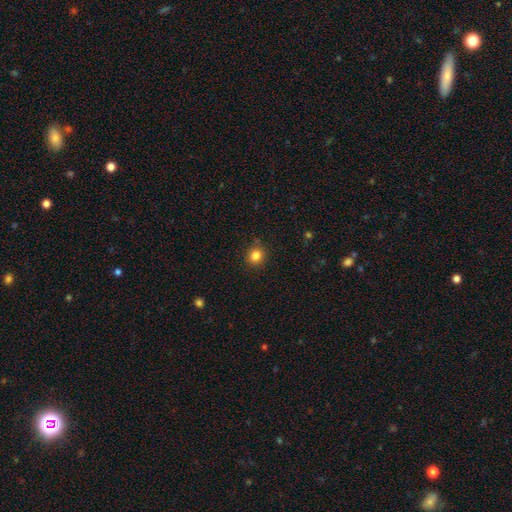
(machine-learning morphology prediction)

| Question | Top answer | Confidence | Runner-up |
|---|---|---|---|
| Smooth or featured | smooth | 84% | star or artifact (12%) |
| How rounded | round | 80% | in between (19%) |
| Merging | none | 88% | minor disturbance (8%) |